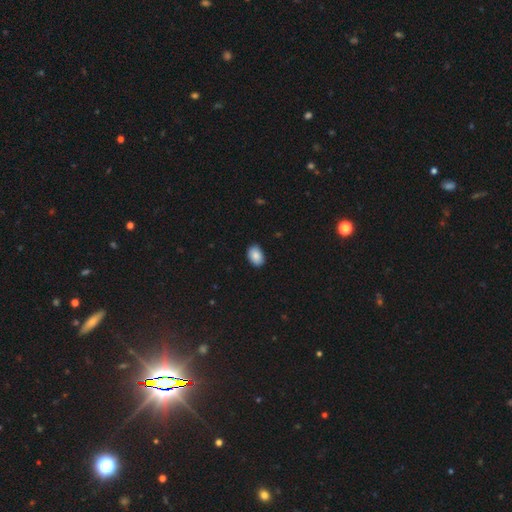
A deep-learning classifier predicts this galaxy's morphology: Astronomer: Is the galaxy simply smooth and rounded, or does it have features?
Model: smooth — 88%.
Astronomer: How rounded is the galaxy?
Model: in between — 87%.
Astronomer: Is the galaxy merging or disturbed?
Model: none — 89%.